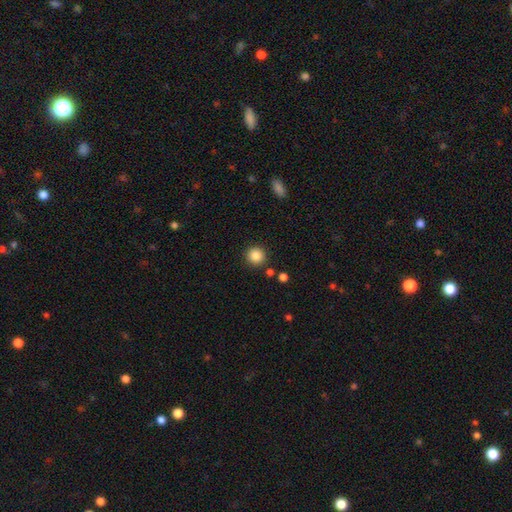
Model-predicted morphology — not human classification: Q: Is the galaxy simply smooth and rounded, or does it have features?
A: smooth — 87%.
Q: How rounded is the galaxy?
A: round — 93%.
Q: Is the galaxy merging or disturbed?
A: none — 88%.